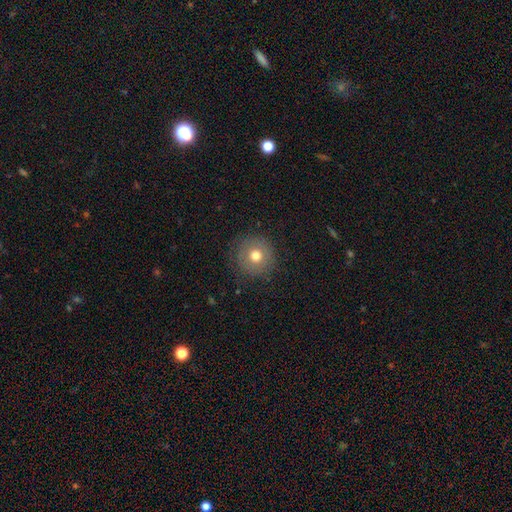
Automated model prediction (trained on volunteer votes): smooth_or_featured: smooth (p=0.70) [alt: featured or disk p=0.19]
how_rounded: round (p=0.95) [alt: in between p=0.05]
merging: none (p=0.85) [alt: minor disturbance p=0.10]